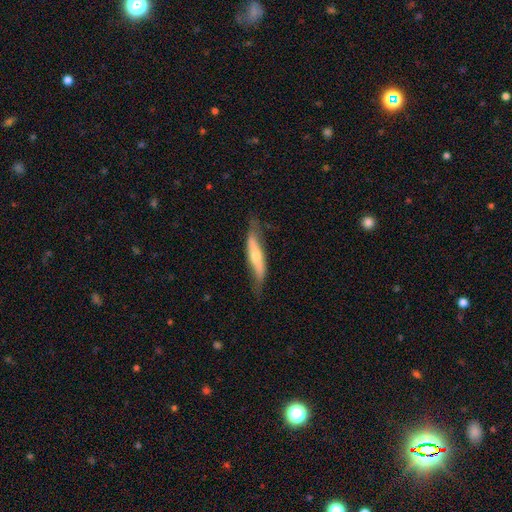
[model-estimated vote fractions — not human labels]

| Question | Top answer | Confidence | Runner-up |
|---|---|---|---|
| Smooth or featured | featured or disk | 55% | smooth (40%) |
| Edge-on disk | yes | 68% | no (32%) |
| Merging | none | 62% | minor disturbance (27%) |